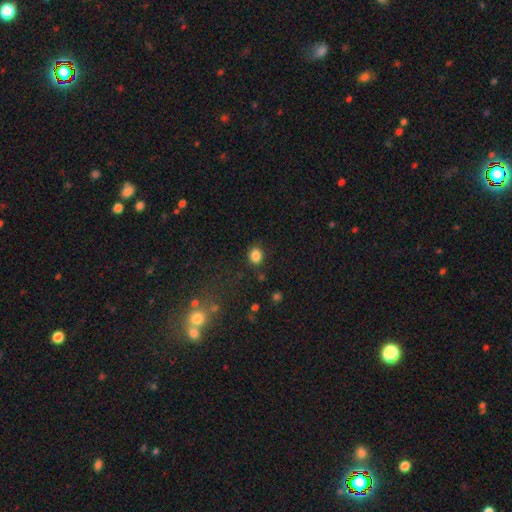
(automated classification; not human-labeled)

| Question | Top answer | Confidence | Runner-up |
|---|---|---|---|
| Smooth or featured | smooth | 85% | star or artifact (11%) |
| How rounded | round | 63% | in between (37%) |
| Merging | none | 85% | minor disturbance (10%) |